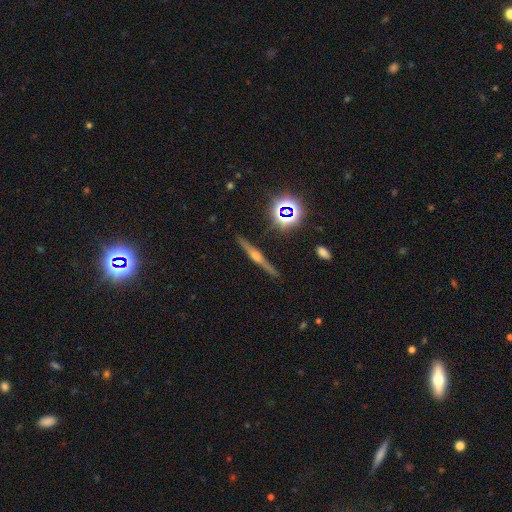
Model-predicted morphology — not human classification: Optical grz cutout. It shows a featured or disk galaxy (74%) viewed edge-on (98%) with a rounded central bulge (87%). Merging: none (91%).